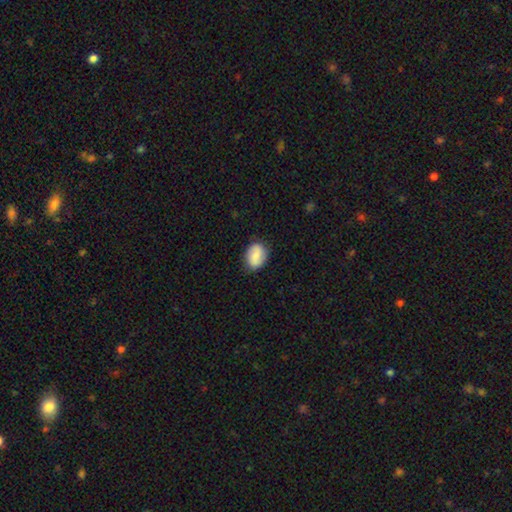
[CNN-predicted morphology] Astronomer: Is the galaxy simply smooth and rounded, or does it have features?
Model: smooth — 76%.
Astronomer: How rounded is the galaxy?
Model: in between — 69%.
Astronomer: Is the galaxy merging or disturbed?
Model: none — 82%.